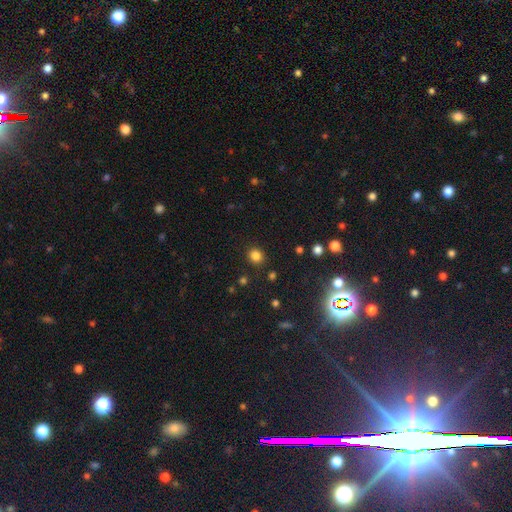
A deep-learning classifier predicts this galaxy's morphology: smooth_or_featured: smooth (p=0.82) [alt: star or artifact p=0.14]
how_rounded: round (p=0.84) [alt: in between p=0.15]
merging: none (p=0.89) [alt: minor disturbance p=0.07]